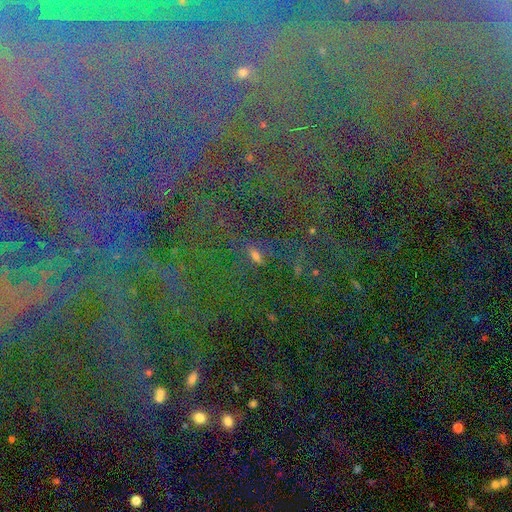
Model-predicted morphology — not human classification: The model was most divided on "smooth or featured": star or artifact: 66%, smooth: 22%, featured or disk: 12%.